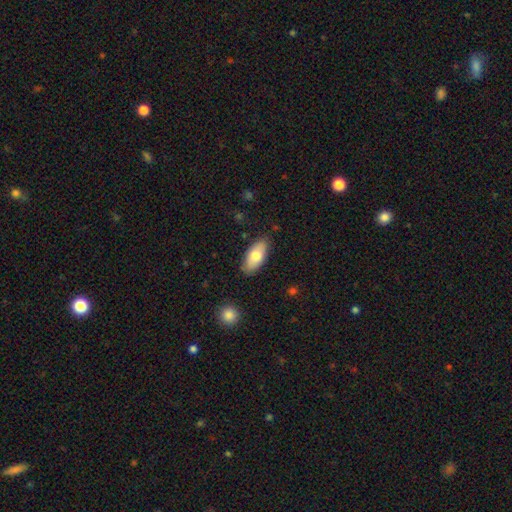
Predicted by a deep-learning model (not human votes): A smooth galaxy with no disk features (75%) that is in between round and cigar-shaped (89%). Merging: none (85%).